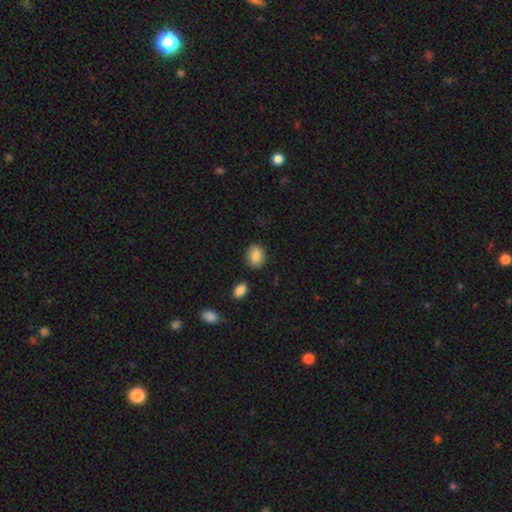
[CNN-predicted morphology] smooth-or-featured: smooth: 88% | star or artifact: 7% | featured or disk: 5%
  how-rounded: in between: 67% | round: 32% | cigar-shaped: 1%
  merging: none: 85% | minor disturbance: 10% | merger: 3% | major disturbance: 3%